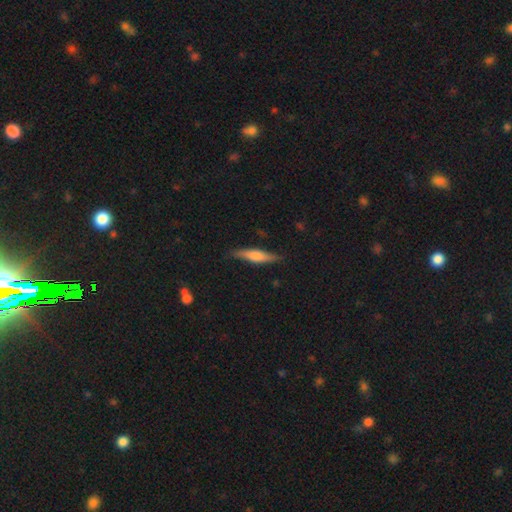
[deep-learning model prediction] smooth-or-featured: smooth: 51% | featured or disk: 43% | star or artifact: 6%
  how-rounded: cigar-shaped: 81% | in between: 17% | round: 2%
  merging: none: 81% | minor disturbance: 15% | major disturbance: 3% | merger: 1%